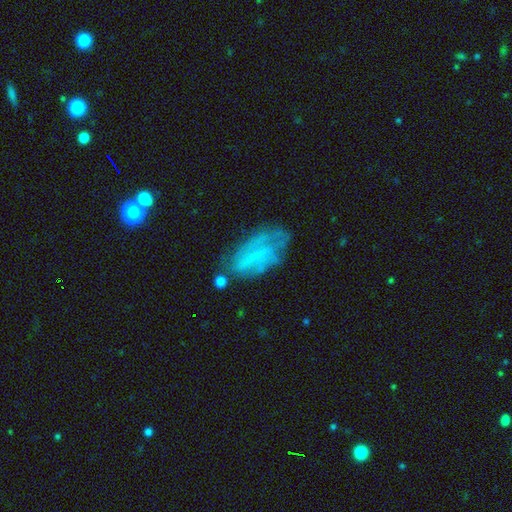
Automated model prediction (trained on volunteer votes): Smooth or featured? Predicted: featured or disk (p=0.49). Merging? Predicted: none (p=0.49).